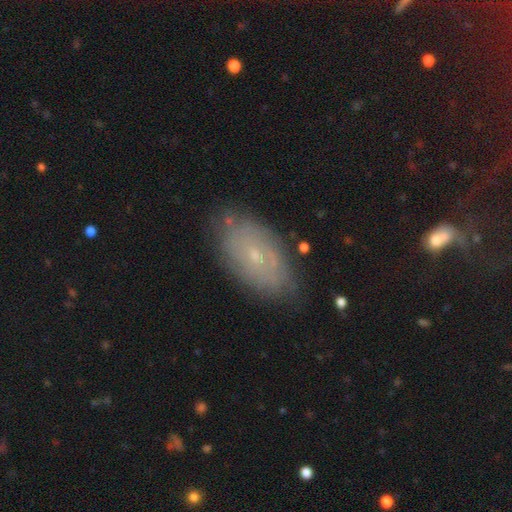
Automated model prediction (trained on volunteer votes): Q: Smooth or featured?
A: featured or disk (48%); runner-up: smooth (42%)
Q: Merging?
A: none (78%); runner-up: minor disturbance (16%)